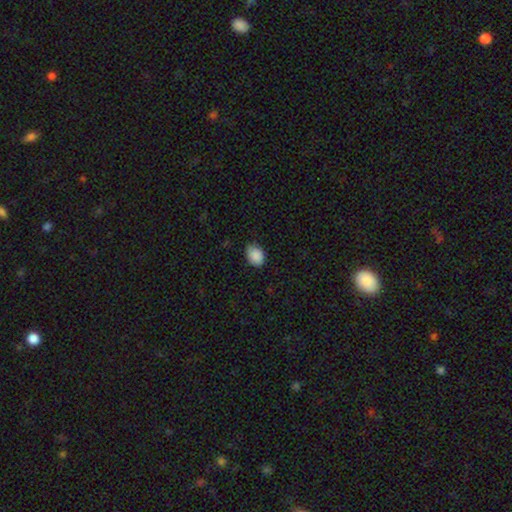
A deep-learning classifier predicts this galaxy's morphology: Smooth or featured? Predicted: smooth (p=0.89). How rounded? Predicted: in between (p=0.67). Merging? Predicted: none (p=0.76).